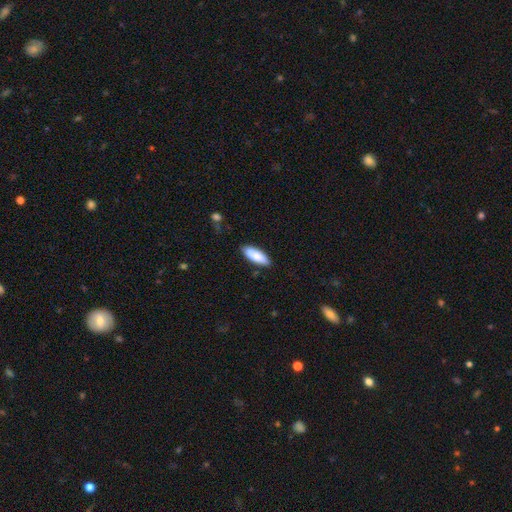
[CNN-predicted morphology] A smooth galaxy with no disk features (87%) that is in between round and cigar-shaped (62%). Merging: none (86%).